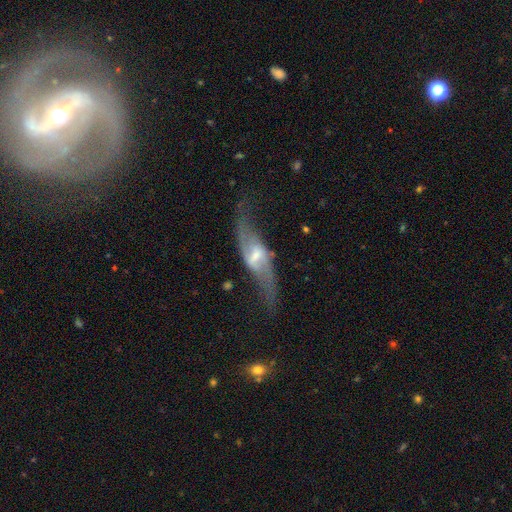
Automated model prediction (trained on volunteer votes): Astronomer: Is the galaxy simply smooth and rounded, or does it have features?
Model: featured or disk — 83%.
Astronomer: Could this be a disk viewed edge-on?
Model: no — 79%.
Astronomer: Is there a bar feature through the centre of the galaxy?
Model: weak — 45% (runner-up: strong, 41%).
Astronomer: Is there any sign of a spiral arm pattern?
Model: yes — 87%.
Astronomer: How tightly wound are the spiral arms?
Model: loose — 83%.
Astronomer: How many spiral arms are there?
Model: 2 — 92%.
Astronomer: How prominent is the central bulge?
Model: moderate — 43% (runner-up: small, 35%).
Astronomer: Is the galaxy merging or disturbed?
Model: none — 62%.